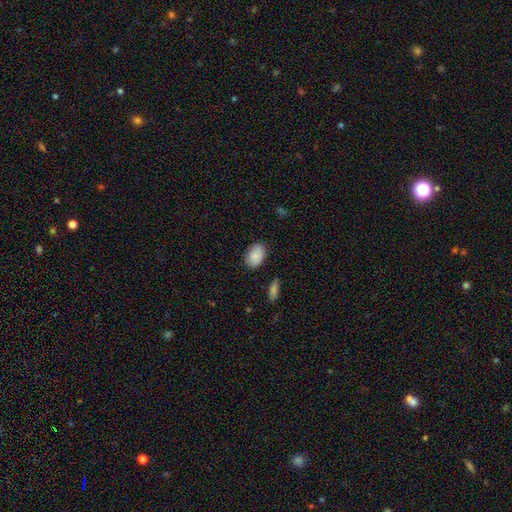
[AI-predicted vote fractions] A smooth galaxy with no disk features (87%) that is in between round and cigar-shaped (88%).

Vote fractions:
- Smooth or featured? smooth: 87% / star or artifact: 7% / featured or disk: 6%
- How rounded? in between: 88% / round: 11% / cigar-shaped: 1%
- Merging? none: 83% / minor disturbance: 12% / major disturbance: 3% / merger: 2%